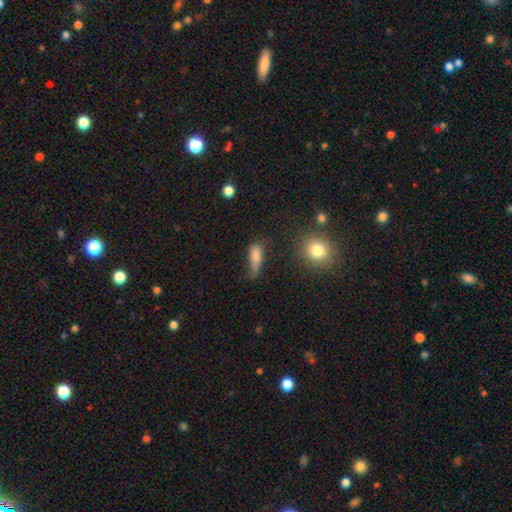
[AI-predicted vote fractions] A smooth galaxy with no disk features (72%) that is in between round and cigar-shaped (58%). Merging: none (36%).